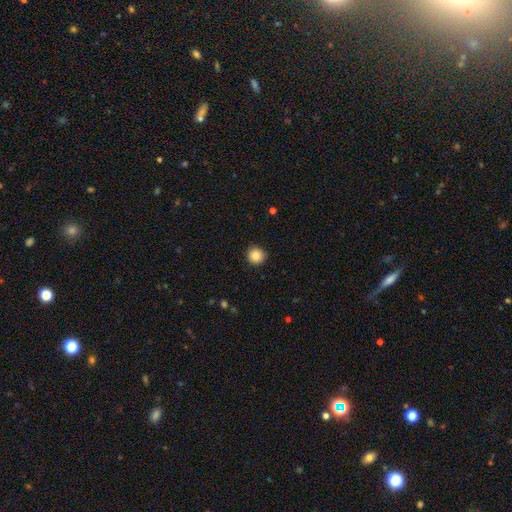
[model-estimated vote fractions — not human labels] The model was most divided on "smooth or featured": smooth: 87%, star or artifact: 10%, featured or disk: 4%. More confident: how rounded — round (93%); merging — none (89%).